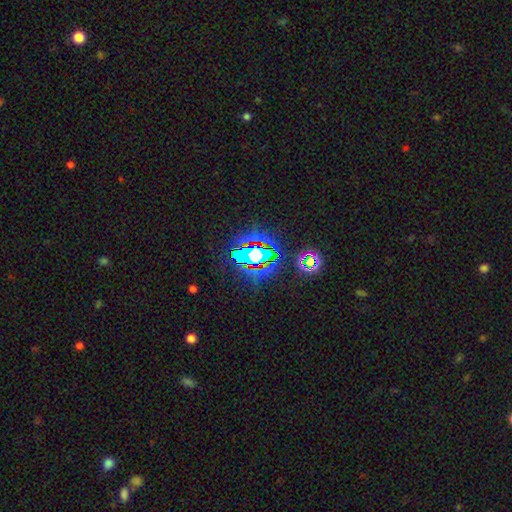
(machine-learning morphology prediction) Smooth or featured? star or artifact (73%)